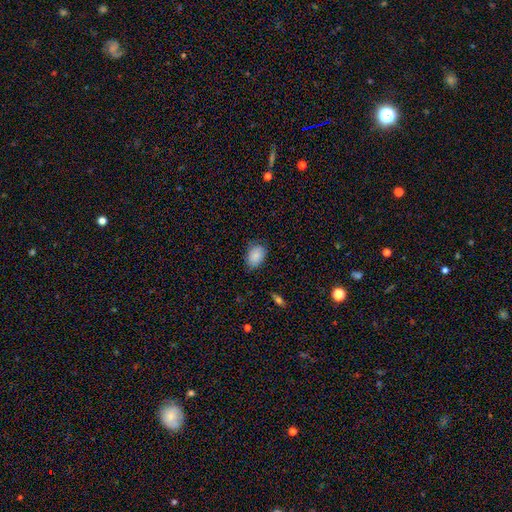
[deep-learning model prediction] The model was most divided on "merging": none: 77%, minor disturbance: 18%, major disturbance: 4%, merger: 1%. More confident: smooth or featured — smooth (87%); how rounded — in between (84%).